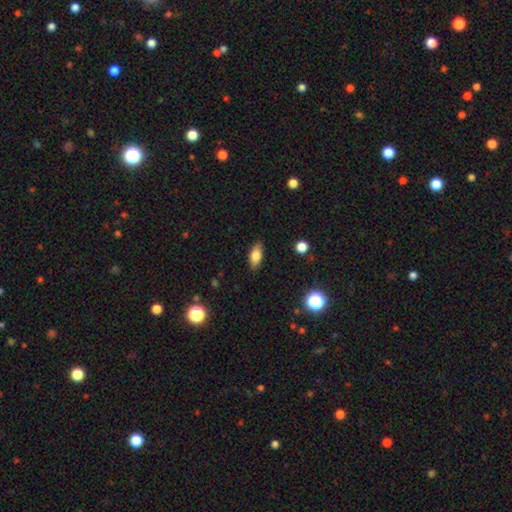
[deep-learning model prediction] A smooth galaxy with no disk features (78%) that is in between round and cigar-shaped (84%). Merging: none (86%).